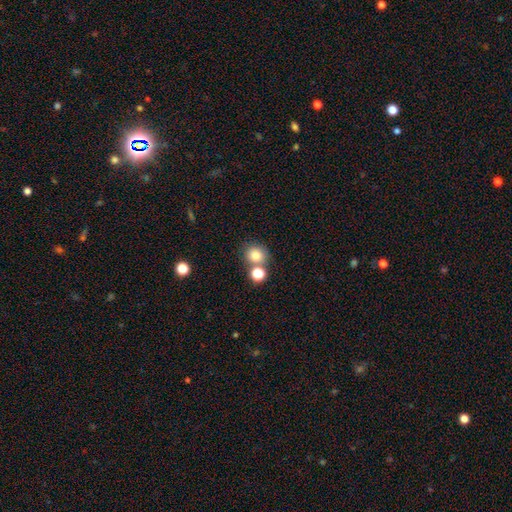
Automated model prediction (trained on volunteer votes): Smooth or featured? Predicted: smooth (p=0.79). How rounded? Predicted: round (p=0.84). Merging? Predicted: none (p=0.64).